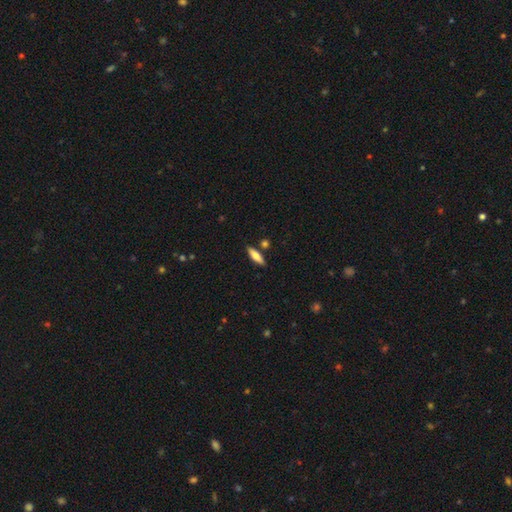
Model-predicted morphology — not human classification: Overall: smooth (70%). How rounded: cigar-shaped (56%; in between 42%). Merging: none (83%).